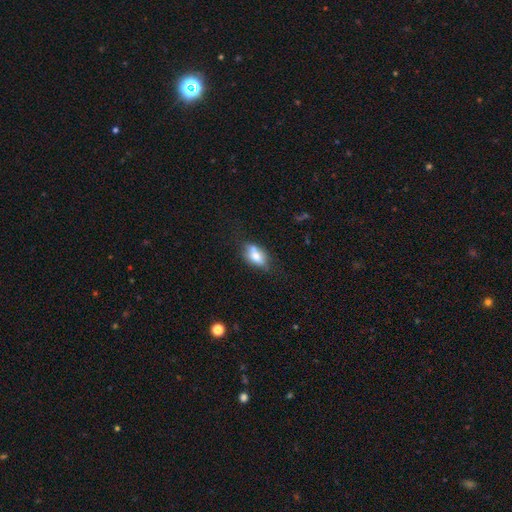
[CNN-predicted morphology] Smooth or featured? Predicted: smooth (p=0.69). How rounded? Predicted: in between (p=0.86). Merging? Predicted: none (p=0.54).